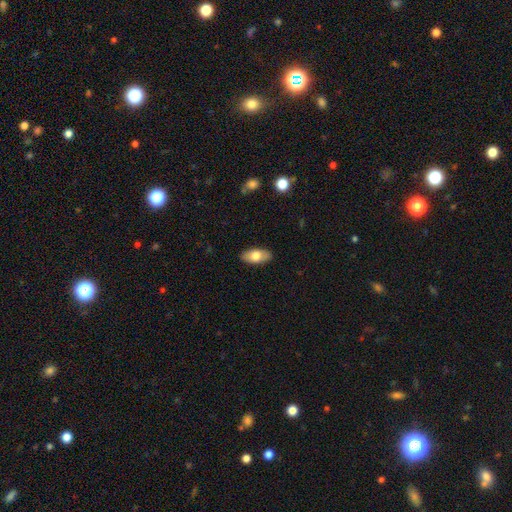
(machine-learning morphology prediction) The model was most divided on "smooth or featured": smooth: 72%, featured or disk: 22%, star or artifact: 6%. More confident: how rounded — in between (91%); merging — none (88%).